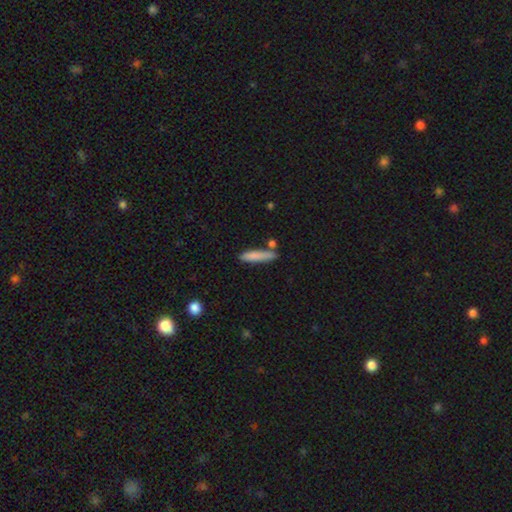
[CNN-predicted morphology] Q: Smooth or featured?
A: smooth (80%); runner-up: featured or disk (13%)
Q: How rounded?
A: cigar-shaped (86%); runner-up: in between (13%)
Q: Merging?
A: none (73%); runner-up: minor disturbance (15%)